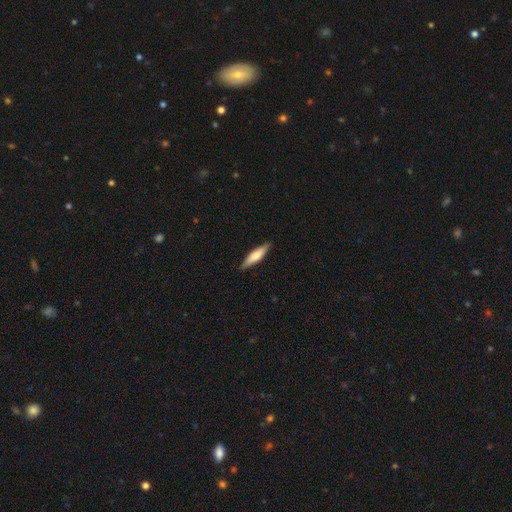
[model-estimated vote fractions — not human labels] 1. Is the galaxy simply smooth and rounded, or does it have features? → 64% smooth, 30% featured or disk, 5% star or artifact.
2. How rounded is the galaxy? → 78% cigar-shaped, 21% in between, 1% round.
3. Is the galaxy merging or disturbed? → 88% none, 10% minor disturbance, 2% major disturbance, 1% merger.